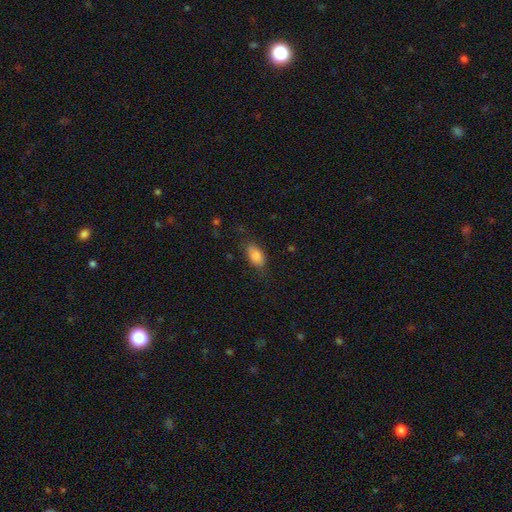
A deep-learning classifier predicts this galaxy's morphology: Smooth or featured? smooth (85%)
How rounded? in between (91%)
Merging? none (74%)